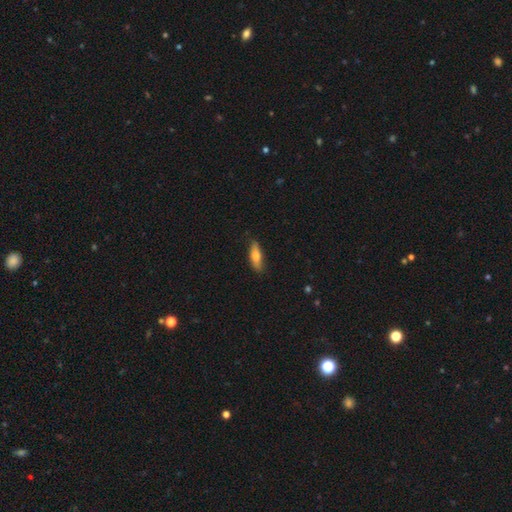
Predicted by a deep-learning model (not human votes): Overall: smooth (70%). How rounded: cigar-shaped (50%; in between 47%). Merging: none (82%).